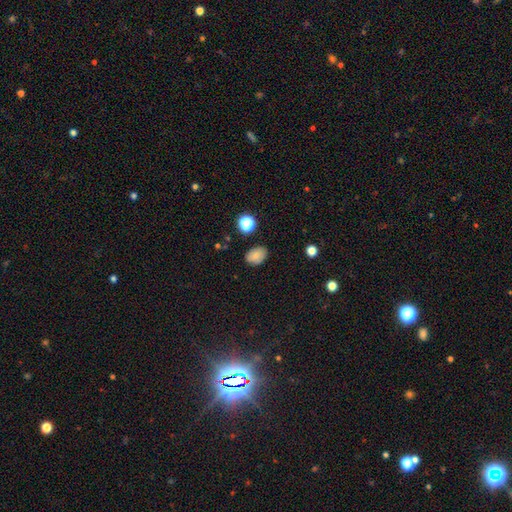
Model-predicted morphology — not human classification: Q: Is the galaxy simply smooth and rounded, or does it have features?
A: smooth — 77%.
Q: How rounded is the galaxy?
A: in between — 73%.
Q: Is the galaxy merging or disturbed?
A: none — 80%.